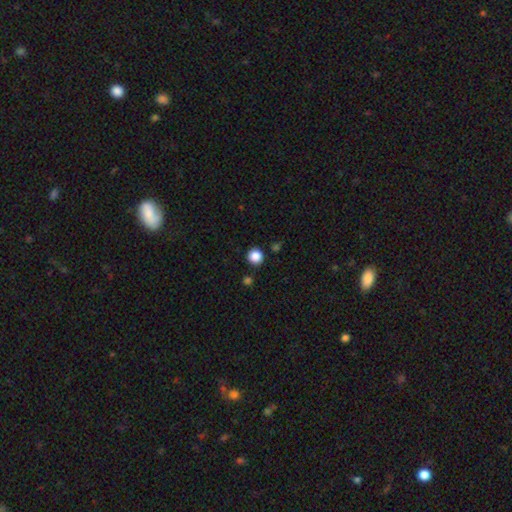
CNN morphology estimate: Smooth or featured: smooth — 87% (star or artifact — 11%)
How rounded: round — 95% (in between — 4%)
Merging: none — 90% (minor disturbance — 5%)